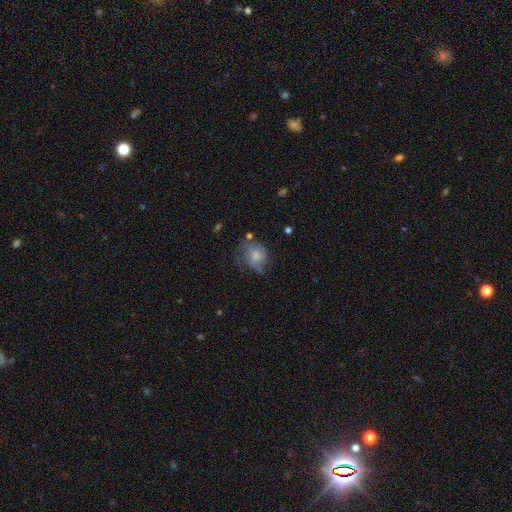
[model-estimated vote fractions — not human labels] Smooth or featured? smooth (61%)
How rounded? round (57%)
Merging? none (44%)